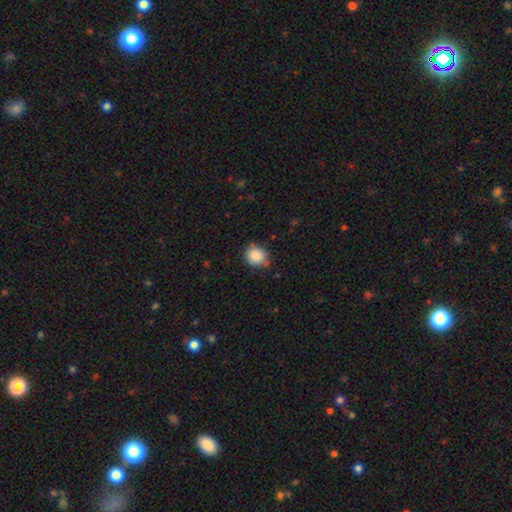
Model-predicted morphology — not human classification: Smooth or featured?
  - smooth: 88% *
  - star or artifact: 8%
  - featured or disk: 4%
How rounded?
  - round: 77% *
  - in between: 22%
  - cigar-shaped: 1%
Merging?
  - none: 73% *
  - minor disturbance: 20%
  - major disturbance: 4%
  - merger: 2%